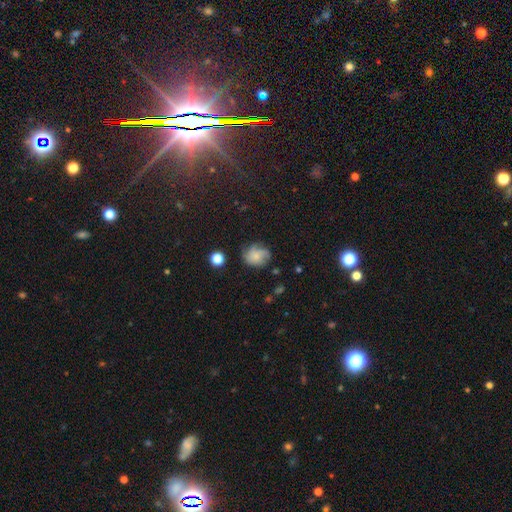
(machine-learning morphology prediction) A smooth galaxy with no disk features (47%). Merging: none (59%).